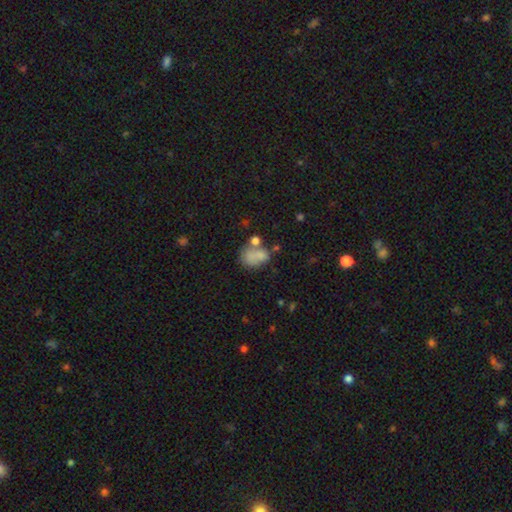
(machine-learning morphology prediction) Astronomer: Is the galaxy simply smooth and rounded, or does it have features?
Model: smooth — 71%.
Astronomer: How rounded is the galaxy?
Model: in between — 68%.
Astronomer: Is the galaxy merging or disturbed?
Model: none — 36% (runner-up: merger, 29%).